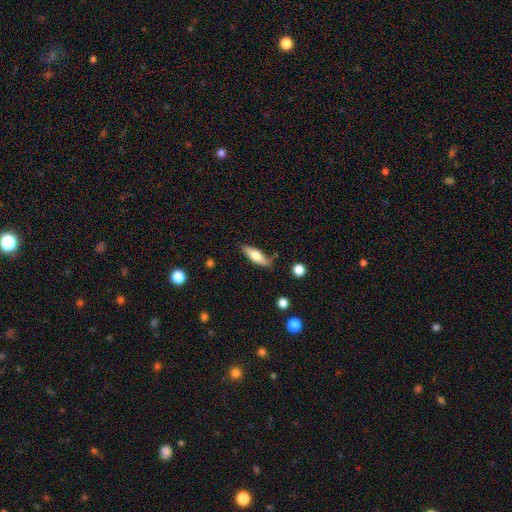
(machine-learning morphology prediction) The model was most divided on "how rounded": in between: 50%, cigar-shaped: 48%, round: 2%. More confident: merging — none (79%); smooth or featured — smooth (63%).